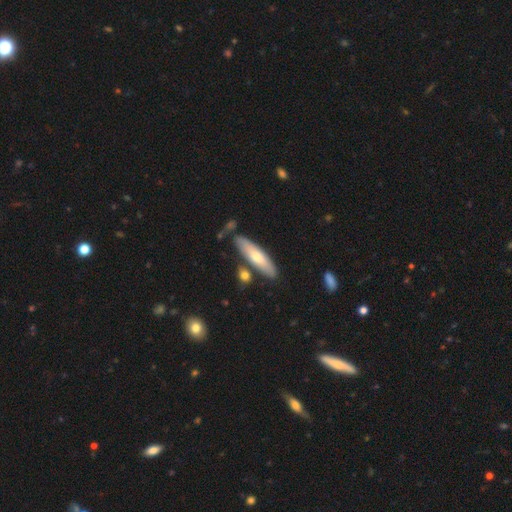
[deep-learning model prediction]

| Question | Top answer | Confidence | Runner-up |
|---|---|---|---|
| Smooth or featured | smooth | 57% | featured or disk (37%) |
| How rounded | cigar-shaped | 70% | in between (29%) |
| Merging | none | 76% | minor disturbance (14%) |